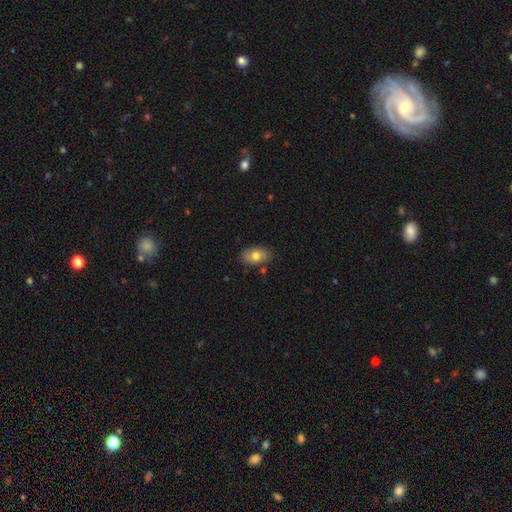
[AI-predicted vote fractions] smooth 75%, featured or disk 17%, star or artifact 8%. Down the decision tree: how rounded — in between (89%); merging — none (79%).